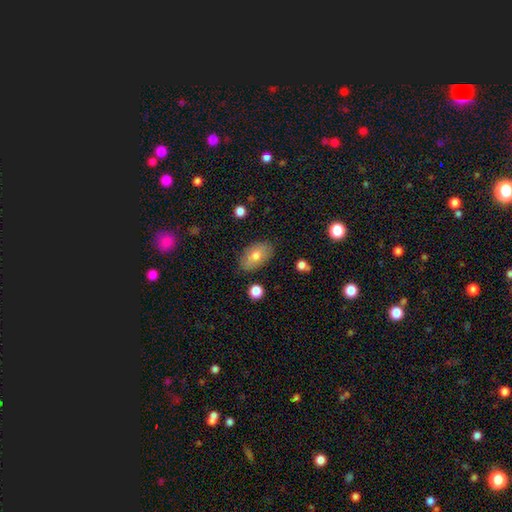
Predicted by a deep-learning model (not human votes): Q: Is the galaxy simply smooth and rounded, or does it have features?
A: smooth — 72%.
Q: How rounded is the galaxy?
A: in between — 92%.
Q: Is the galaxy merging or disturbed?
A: none — 84%.